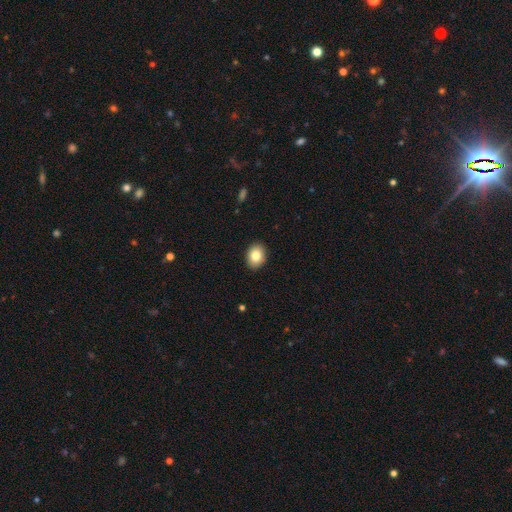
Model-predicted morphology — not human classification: Smooth or featured?
  - smooth: 84% *
  - star or artifact: 8%
  - featured or disk: 8%
How rounded?
  - in between: 65% *
  - round: 34%
  - cigar-shaped: 1%
Merging?
  - none: 90% *
  - minor disturbance: 7%
  - major disturbance: 2%
  - merger: 1%